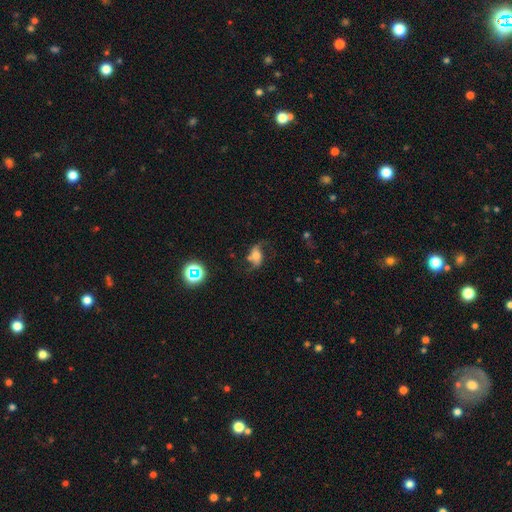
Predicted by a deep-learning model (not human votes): This is possibly a featured or disk galaxy (53%). It is clearly not viewed edge-on (92%). Merging: possibly none (54%).